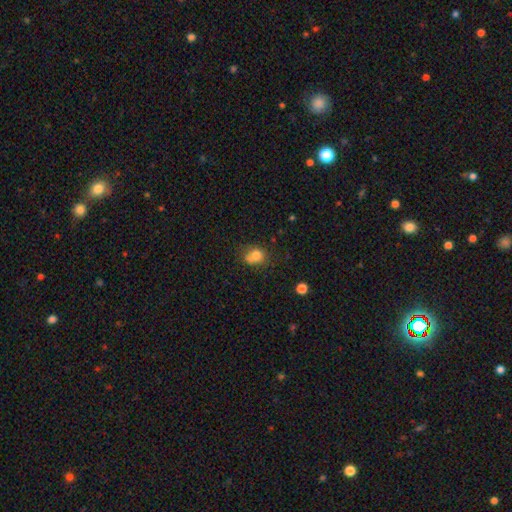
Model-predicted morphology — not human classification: smooth 78%, featured or disk 11%, star or artifact 11%. Down the decision tree: how rounded — round (53%); merging — none (49%).